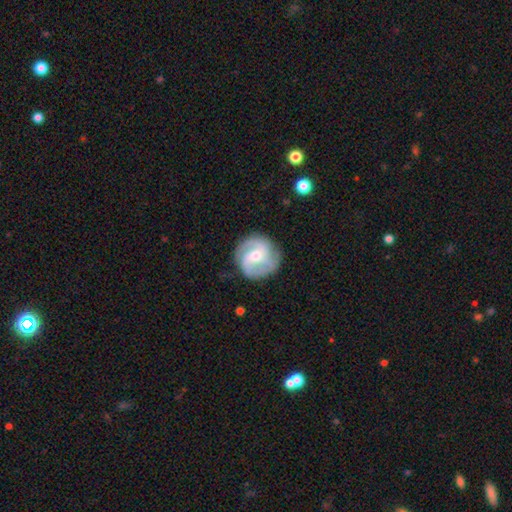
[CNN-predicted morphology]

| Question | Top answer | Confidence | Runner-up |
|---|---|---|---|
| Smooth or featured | featured or disk | 79% | smooth (16%) |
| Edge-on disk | no | 98% | yes (2%) |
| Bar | no | 45% | weak (42%) |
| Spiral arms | yes | 95% | no (5%) |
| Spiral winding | medium | 49% | tight (33%) |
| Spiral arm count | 2 | 41% | 3 (35%) |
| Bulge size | moderate | 54% | small (40%) |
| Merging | none | 80% | minor disturbance (14%) |